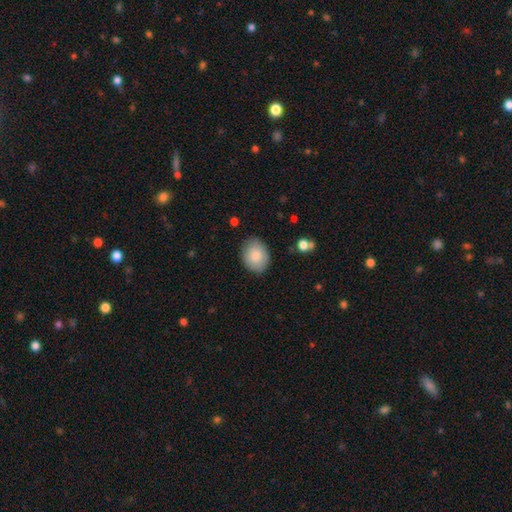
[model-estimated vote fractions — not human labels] smooth_or_featured: smooth (p=0.85) [alt: featured or disk p=0.09]
how_rounded: in between (p=0.65) [alt: round p=0.34]
merging: none (p=0.85) [alt: minor disturbance p=0.12]